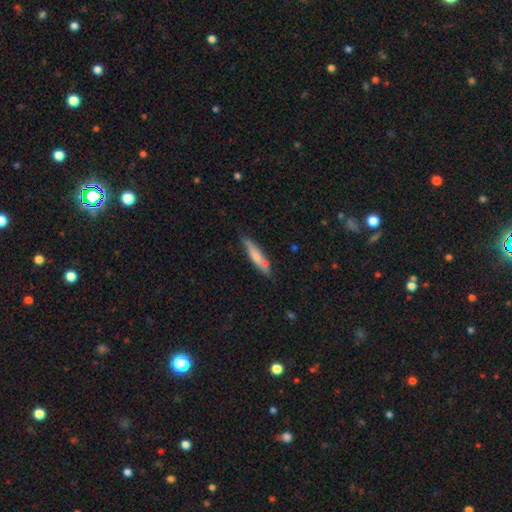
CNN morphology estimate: A smooth galaxy with no disk features (68%) that is cigar-shaped (82%).

Vote fractions:
- Smooth or featured? smooth: 68% / featured or disk: 26% / star or artifact: 6%
- How rounded? cigar-shaped: 82% / in between: 17% / round: 2%
- Merging? none: 66% / minor disturbance: 23% / merger: 7% / major disturbance: 5%